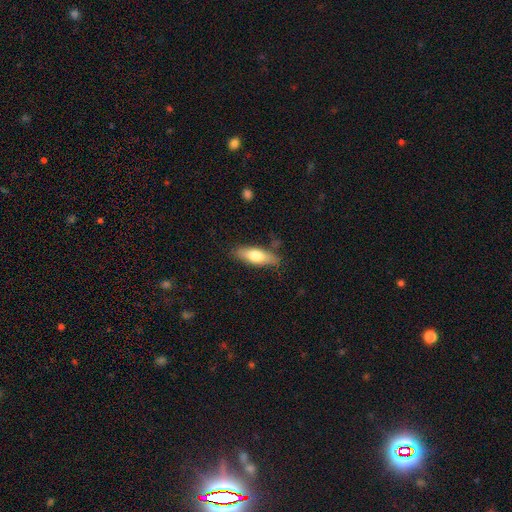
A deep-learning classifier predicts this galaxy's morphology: The model was most divided on "how rounded": in between: 52%, cigar-shaped: 46%, round: 2%. More confident: merging — none (79%); smooth or featured — smooth (68%).